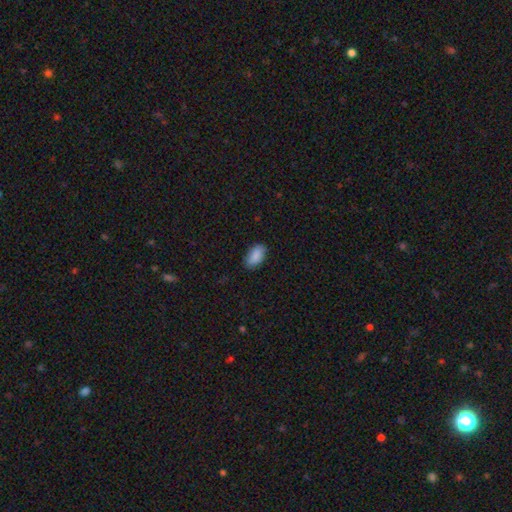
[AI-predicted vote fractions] smooth-or-featured: smooth: 89% | star or artifact: 7% | featured or disk: 4%
  how-rounded: in between: 93% | cigar-shaped: 4% | round: 3%
  merging: none: 86% | minor disturbance: 11% | major disturbance: 2% | merger: 1%